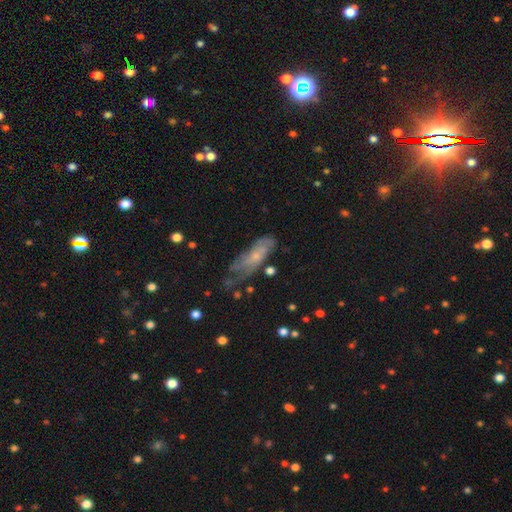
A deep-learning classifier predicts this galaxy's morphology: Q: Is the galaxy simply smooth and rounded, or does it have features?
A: featured or disk — 54%.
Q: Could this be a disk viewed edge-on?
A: no — 81%.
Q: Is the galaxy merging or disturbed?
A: none — 44%.